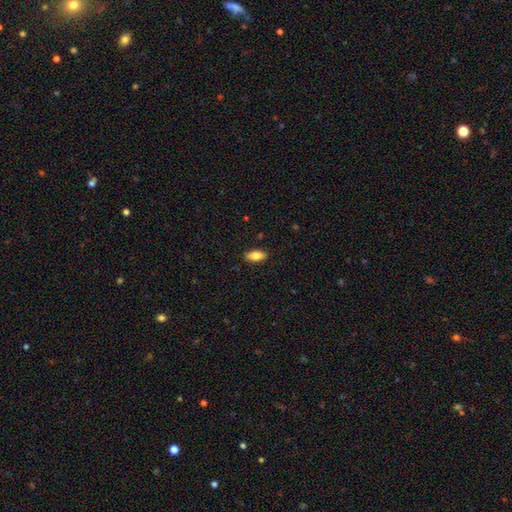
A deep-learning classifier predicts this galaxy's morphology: Smooth or featured: smooth — 80% (featured or disk — 13%)
How rounded: in between — 87% (cigar-shaped — 10%)
Merging: none — 89% (minor disturbance — 8%)